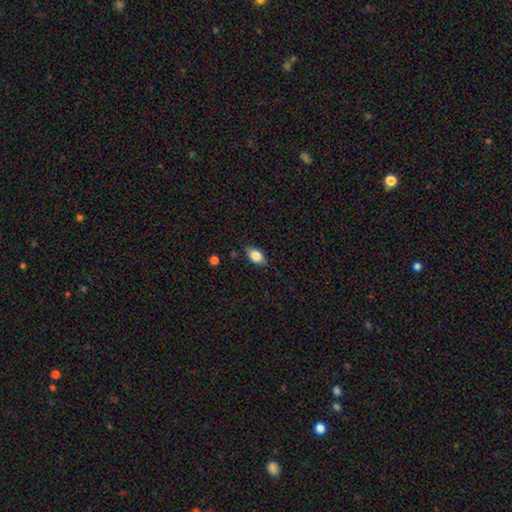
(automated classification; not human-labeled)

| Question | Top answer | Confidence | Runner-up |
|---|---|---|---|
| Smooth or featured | smooth | 84% | featured or disk (9%) |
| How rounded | in between | 87% | round (11%) |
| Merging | none | 79% | minor disturbance (17%) |